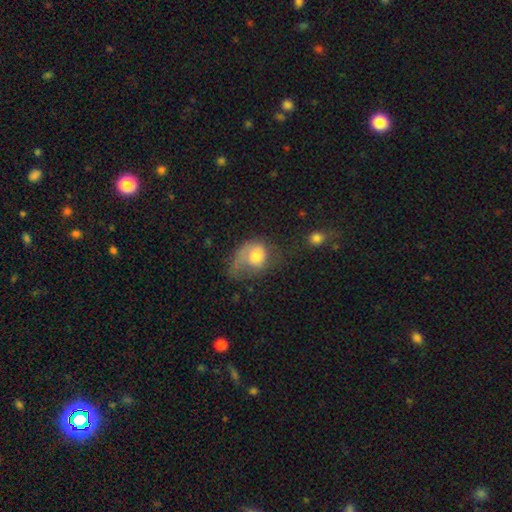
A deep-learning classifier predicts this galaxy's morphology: Smooth or featured?
  - smooth: 61% *
  - featured or disk: 31%
  - star or artifact: 8%
How rounded?
  - round: 51% *
  - in between: 48%
  - cigar-shaped: 1%
Merging?
  - major disturbance: 51% *
  - none: 22%
  - minor disturbance: 22%
  - merger: 5%